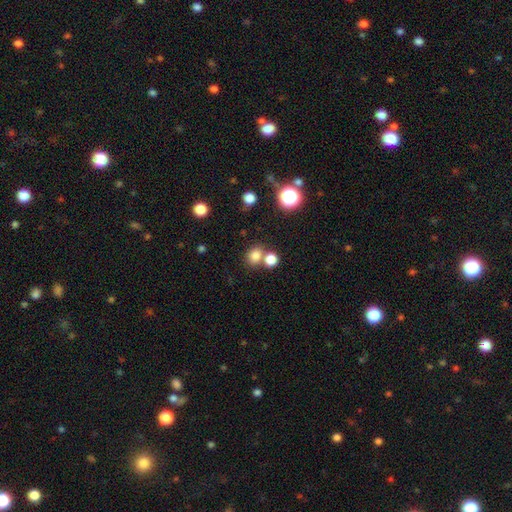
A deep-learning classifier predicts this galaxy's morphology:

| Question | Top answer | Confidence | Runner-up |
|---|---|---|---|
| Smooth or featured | smooth | 79% | star or artifact (15%) |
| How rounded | round | 70% | in between (29%) |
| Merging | none | 58% | merger (30%) |